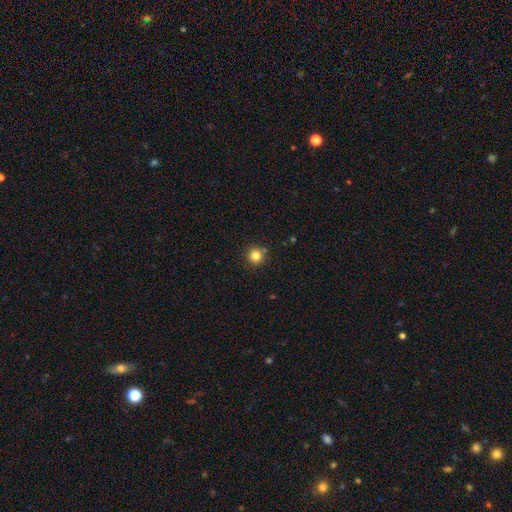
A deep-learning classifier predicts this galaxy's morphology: Smooth or featured? smooth (82%)
How rounded? round (94%)
Merging? none (85%)